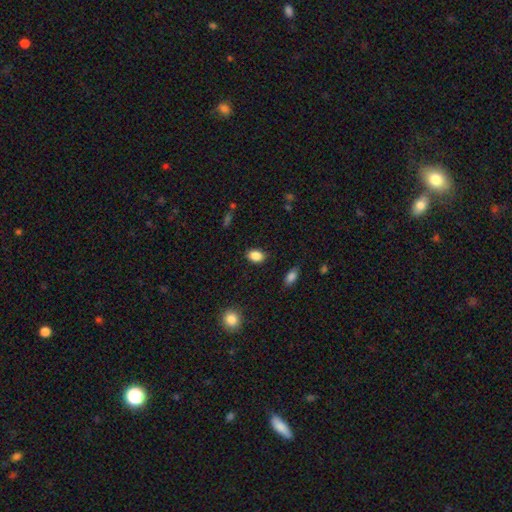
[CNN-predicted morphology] Smooth or featured? smooth (87%)
How rounded? in between (77%)
Merging? none (86%)